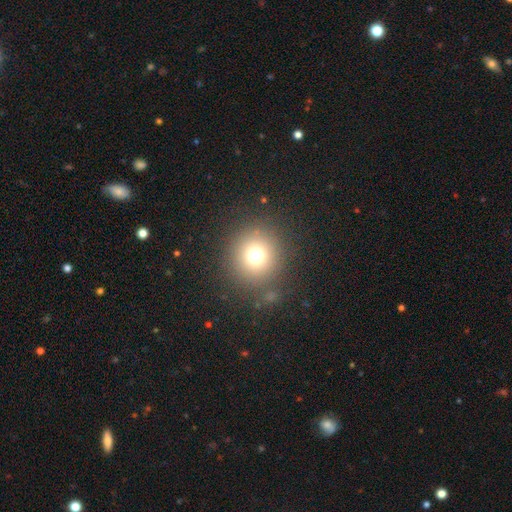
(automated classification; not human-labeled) Smooth or featured: smooth — 72% (star or artifact — 19%)
How rounded: round — 94% (in between — 5%)
Merging: none — 85% (minor disturbance — 7%)